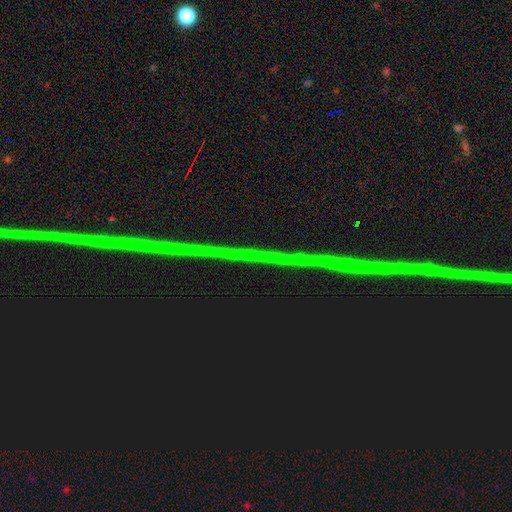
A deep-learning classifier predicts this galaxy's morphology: The model was most divided on "smooth or featured": star or artifact: 91%, featured or disk: 6%, smooth: 4%.